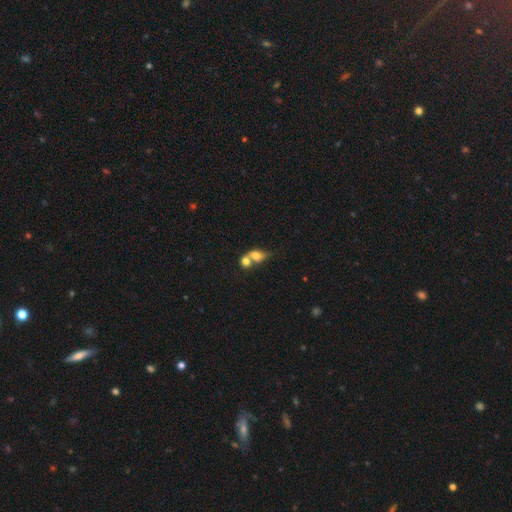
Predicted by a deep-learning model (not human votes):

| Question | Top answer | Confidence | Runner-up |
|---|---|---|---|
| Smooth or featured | smooth | 72% | featured or disk (18%) |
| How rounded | in between | 59% | round (37%) |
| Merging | merger | 69% | none (19%) |